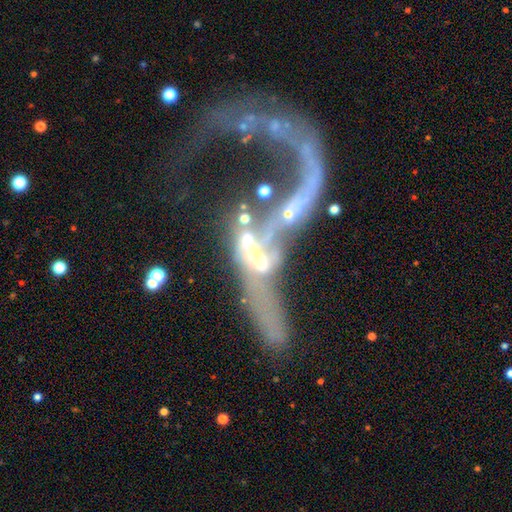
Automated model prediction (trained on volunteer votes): Smooth or featured? featured or disk (64%)
Edge-on disk? no (80%)
Bar? no (71%)
Spiral arms? no (73%)
Bulge size? none (38%)
Merging? merger (52%)